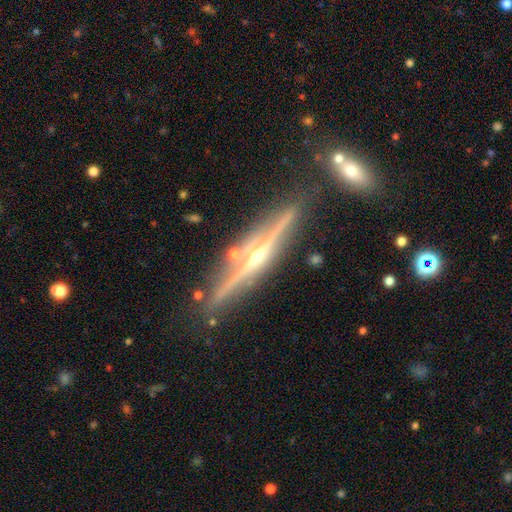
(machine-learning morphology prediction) A featured or disk galaxy (87%) viewed edge-on (97%) with a rounded central bulge (86%). Merging: none (85%).